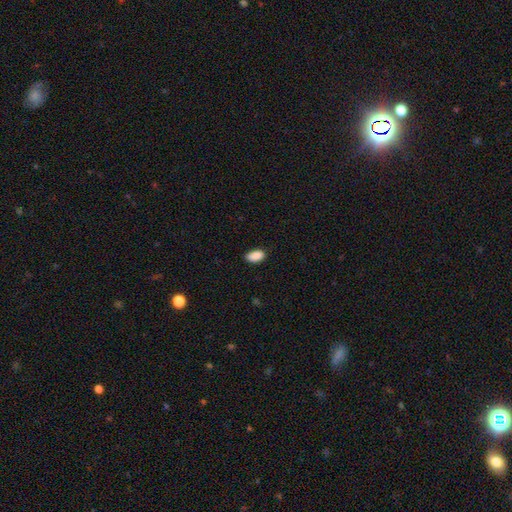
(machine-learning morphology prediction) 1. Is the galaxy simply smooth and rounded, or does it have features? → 90% smooth, 7% star or artifact, 3% featured or disk.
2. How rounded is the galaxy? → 93% in between, 4% round, 3% cigar-shaped.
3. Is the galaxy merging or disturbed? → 83% none, 13% minor disturbance, 2% major disturbance, 1% merger.